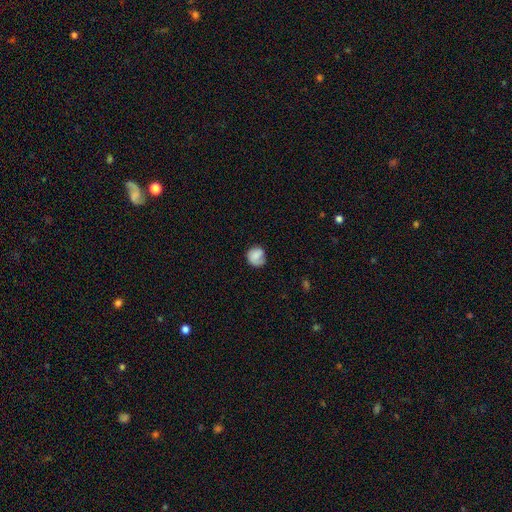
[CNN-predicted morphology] This appears to be a smooth galaxy with no disk features (78%) that is round (82%). Merging: none (62%).